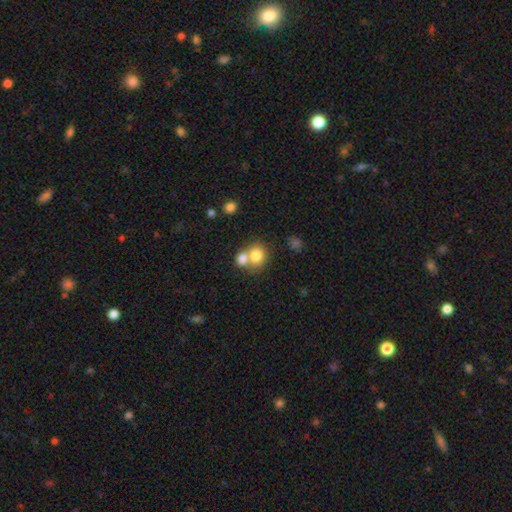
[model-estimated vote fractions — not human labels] smooth 78%, featured or disk 12%, star or artifact 10%. Down the decision tree: how rounded — round (72%); merging — merger (55%).